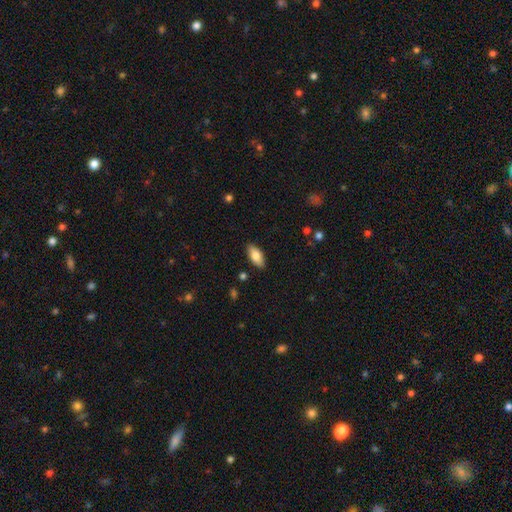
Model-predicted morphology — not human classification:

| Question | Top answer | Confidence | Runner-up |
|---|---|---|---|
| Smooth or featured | smooth | 80% | featured or disk (14%) |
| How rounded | in between | 88% | cigar-shaped (10%) |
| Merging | none | 88% | minor disturbance (9%) |